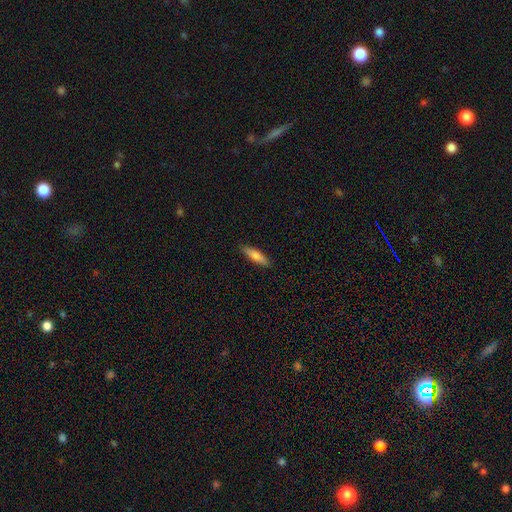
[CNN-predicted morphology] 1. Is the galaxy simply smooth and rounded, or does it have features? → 76% smooth, 18% featured or disk, 6% star or artifact.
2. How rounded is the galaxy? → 68% cigar-shaped, 31% in between, 2% round.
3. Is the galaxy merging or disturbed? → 88% none, 9% minor disturbance, 2% major disturbance, 1% merger.